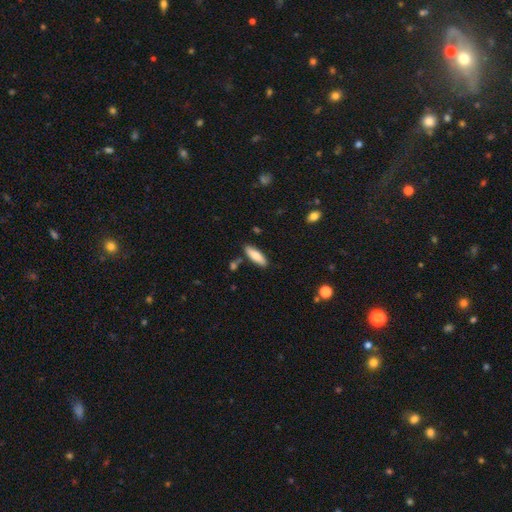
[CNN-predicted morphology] Overall: smooth (81%). How rounded: in between (50%; cigar-shaped 48%). Merging: none (84%).